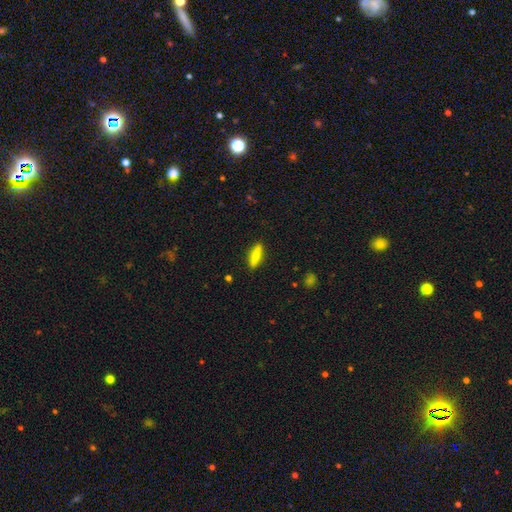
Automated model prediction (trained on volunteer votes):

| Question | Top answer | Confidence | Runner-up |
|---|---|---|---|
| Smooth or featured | smooth | 74% | featured or disk (20%) |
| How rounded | cigar-shaped | 65% | in between (33%) |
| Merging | none | 89% | minor disturbance (8%) |